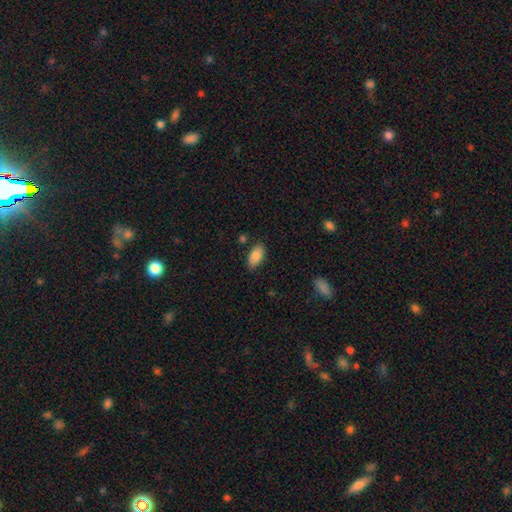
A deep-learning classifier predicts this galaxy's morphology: A smooth galaxy with no disk features (85%) that is in between round and cigar-shaped (93%).

Vote fractions:
- Smooth or featured? smooth: 85% / featured or disk: 8% / star or artifact: 7%
- How rounded? in between: 93% / cigar-shaped: 4% / round: 3%
- Merging? none: 84% / minor disturbance: 11% / merger: 3% / major disturbance: 2%